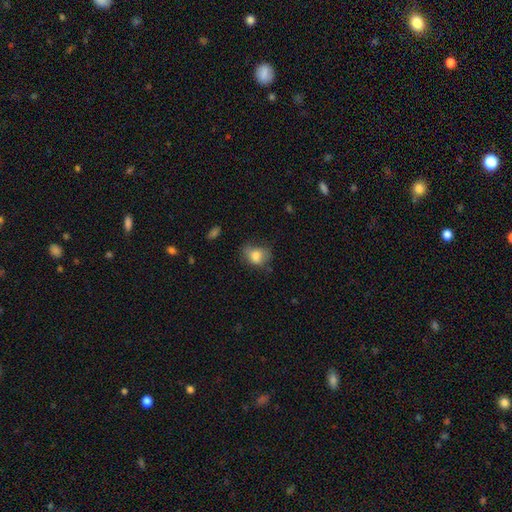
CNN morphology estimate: Smooth or featured? Predicted: smooth (p=0.77). How rounded? Predicted: in between (p=0.62). Merging? Predicted: none (p=0.50).